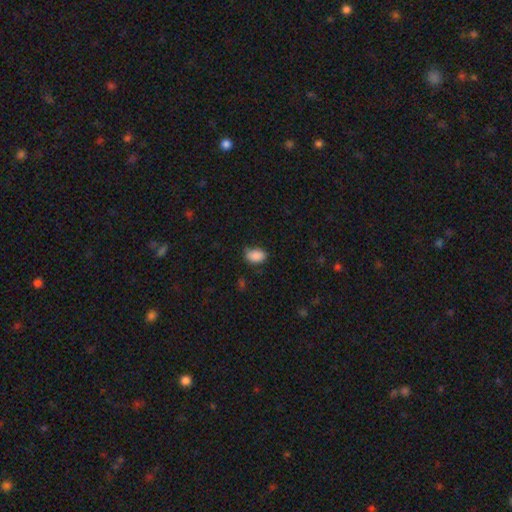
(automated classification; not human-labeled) smooth_or_featured: smooth (p=0.89) [alt: star or artifact p=0.08]
how_rounded: in between (p=0.86) [alt: round p=0.13]
merging: none (p=0.72) [alt: minor disturbance p=0.22]